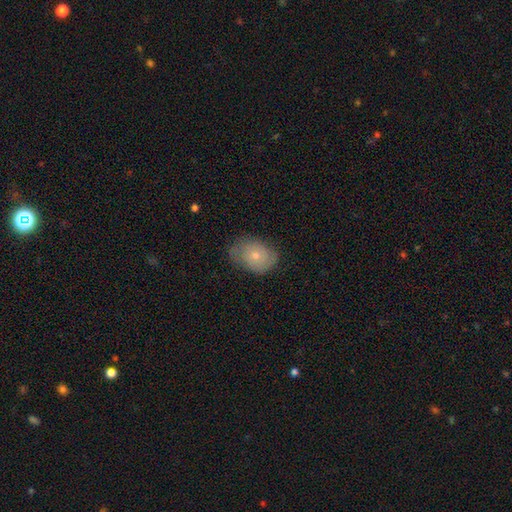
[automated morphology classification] Smooth or featured?
  - smooth: 66% *
  - featured or disk: 26%
  - star or artifact: 8%
How rounded?
  - in between: 71% *
  - round: 28%
  - cigar-shaped: 1%
Merging?
  - none: 64% *
  - minor disturbance: 27%
  - major disturbance: 7%
  - merger: 1%